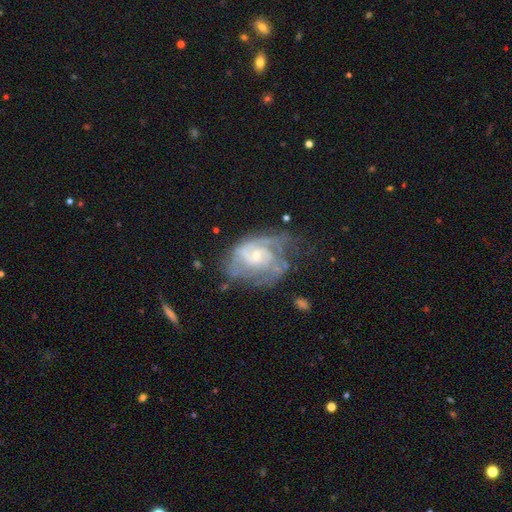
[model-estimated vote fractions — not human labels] Morphology: type=featured or disk (82%); edge-on=no (97%); bar=no (55%); spiral arms=yes (90%); winding=tight (44%); arm count=2 (41%); bulge=small (60%); merging=none (44%).